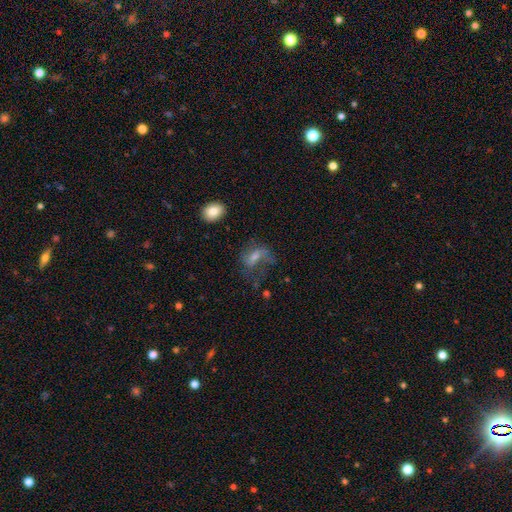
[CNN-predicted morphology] Smooth or featured: featured or disk — 53% (smooth — 32%)
Edge-on disk: no — 95% (yes — 5%)
Merging: none — 41% (major disturbance — 36%)